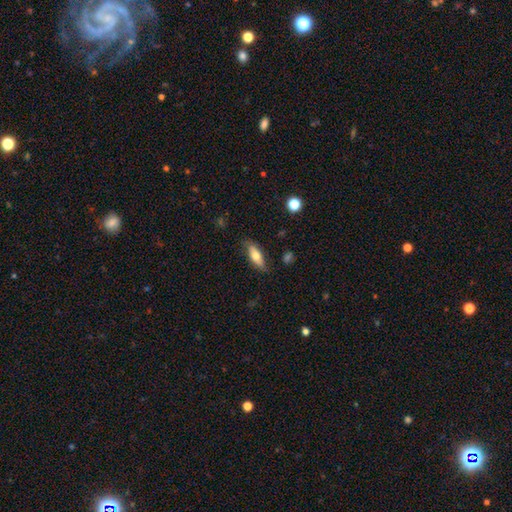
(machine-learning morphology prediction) Smooth or featured? Predicted: smooth (p=0.65). How rounded? Predicted: in between (p=0.67). Merging? Predicted: none (p=0.76).